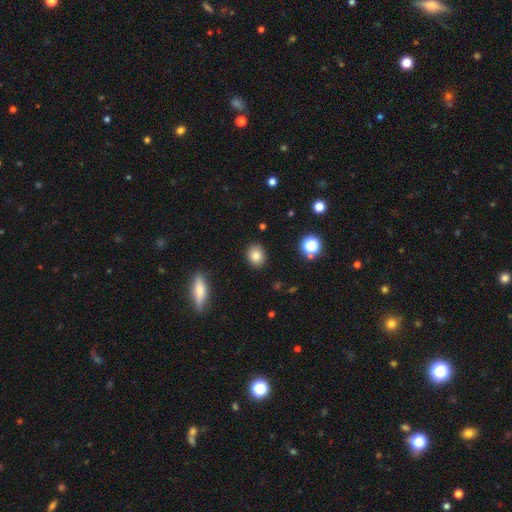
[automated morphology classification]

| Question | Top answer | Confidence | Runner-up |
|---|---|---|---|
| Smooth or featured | smooth | 81% | star or artifact (11%) |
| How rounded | round | 65% | in between (34%) |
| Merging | none | 89% | minor disturbance (8%) |